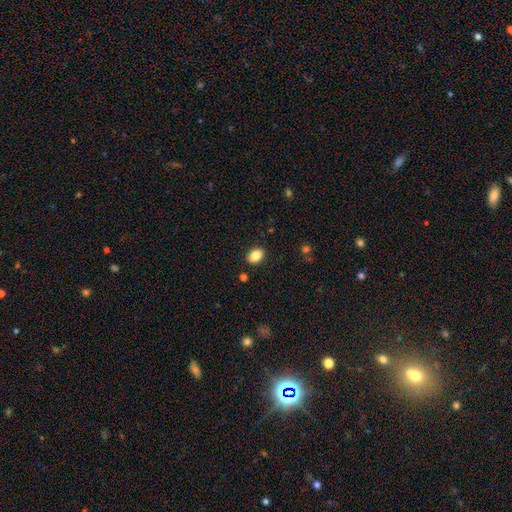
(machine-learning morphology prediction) The model was most divided on "how rounded": in between: 77%, round: 22%, cigar-shaped: 1%. More confident: merging — none (89%); smooth or featured — smooth (85%).